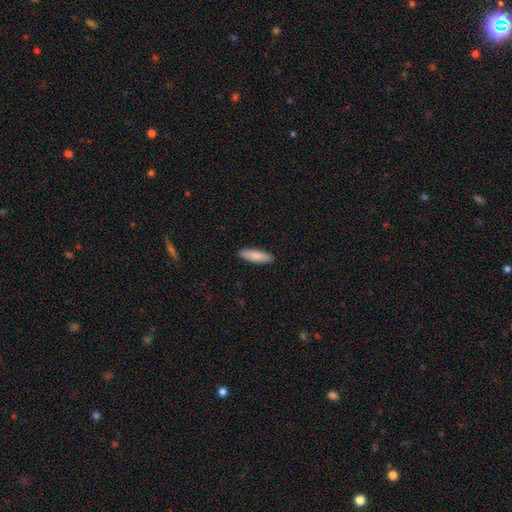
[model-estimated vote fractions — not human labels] smooth_or_featured: smooth (p=0.87) [alt: featured or disk p=0.08]
how_rounded: cigar-shaped (p=0.52) [alt: in between p=0.47]
merging: none (p=0.91) [alt: minor disturbance p=0.06]